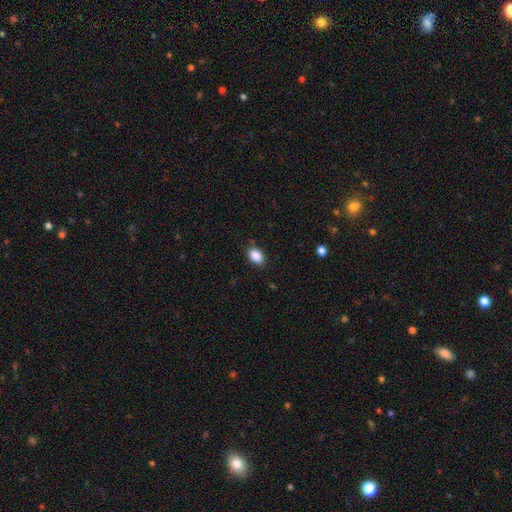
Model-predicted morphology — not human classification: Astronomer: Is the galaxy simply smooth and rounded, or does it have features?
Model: smooth — 89%.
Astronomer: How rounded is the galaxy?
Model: in between — 84%.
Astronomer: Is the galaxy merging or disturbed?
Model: none — 87%.